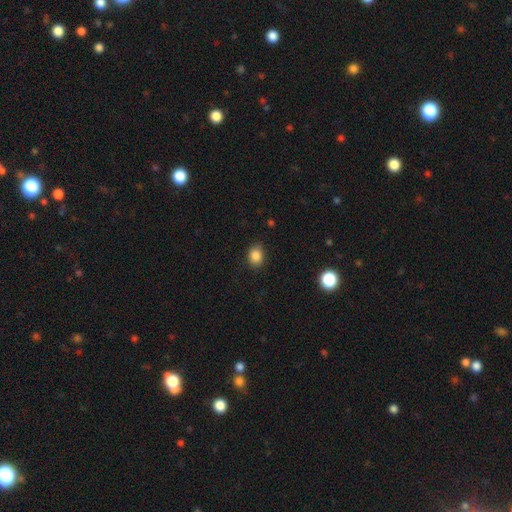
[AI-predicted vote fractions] This is clearly a smooth galaxy (86%). How rounded: possibly in between (58%). Merging: clearly none (84%).